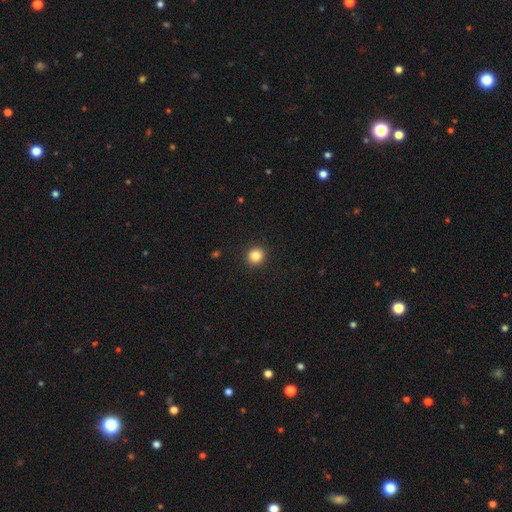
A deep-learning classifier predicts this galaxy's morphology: A smooth galaxy with no disk features (85%) that is round (93%).

Vote fractions:
- Smooth or featured? smooth: 85% / star or artifact: 11% / featured or disk: 5%
- How rounded? round: 93% / in between: 6% / cigar-shaped: 1%
- Merging? none: 93% / minor disturbance: 5% / major disturbance: 2% / merger: 1%